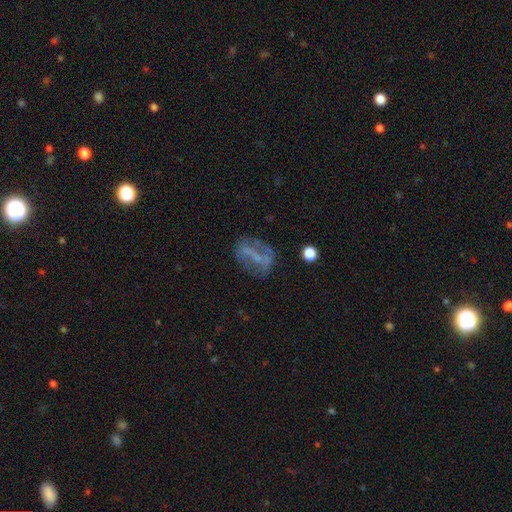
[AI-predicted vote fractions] smooth_or_featured: featured or disk (p=0.59) [alt: smooth p=0.28]
disk_edge_on: no (p=0.91) [alt: yes p=0.09]
bar: strong (p=0.47) [alt: weak p=0.27]
has_spiral_arms: no (p=0.60) [alt: yes p=0.40]
bulge_size: none (p=0.46) [alt: small p=0.40]
merging: none (p=0.60) [alt: minor disturbance p=0.19]